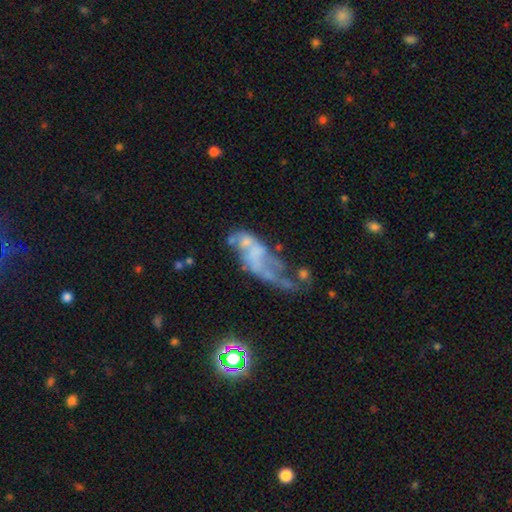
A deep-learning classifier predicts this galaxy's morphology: Smooth or featured?
  - featured or disk: 61% *
  - smooth: 25%
  - star or artifact: 14%
Edge-on disk?
  - no: 93% *
  - yes: 7%
Bar?
  - no: 78% *
  - weak: 16%
  - strong: 6%
Spiral arms?
  - no: 68% *
  - yes: 32%
Bulge size?
  - none: 73% *
  - small: 12%
  - moderate: 9%
  - large: 4%
  - dominant: 2%
Merging?
  - major disturbance: 43% *
  - none: 22%
  - merger: 19%
  - minor disturbance: 16%